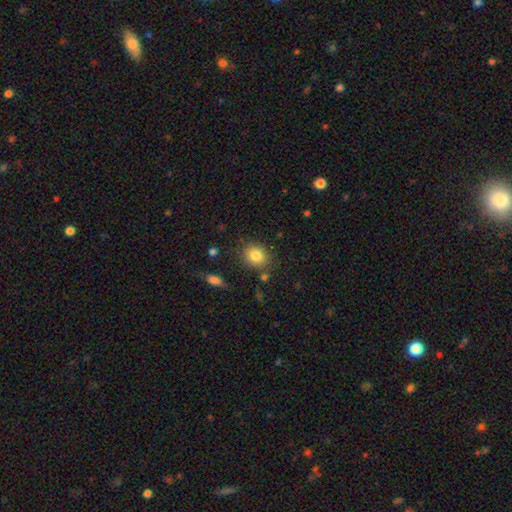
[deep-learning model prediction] smooth_or_featured: smooth (p=0.83) [alt: star or artifact p=0.09]
how_rounded: round (p=0.64) [alt: in between p=0.35]
merging: none (p=0.81) [alt: minor disturbance p=0.11]